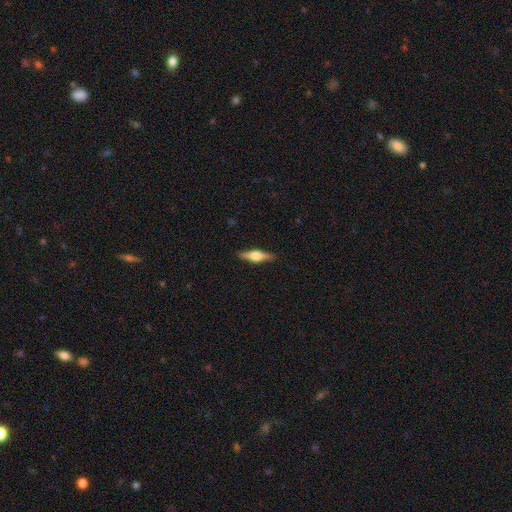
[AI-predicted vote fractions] Smooth or featured? featured or disk (63%)
Edge-on disk? yes (96%)
Edge-on bulge? rounded (94%)
Merging? none (90%)